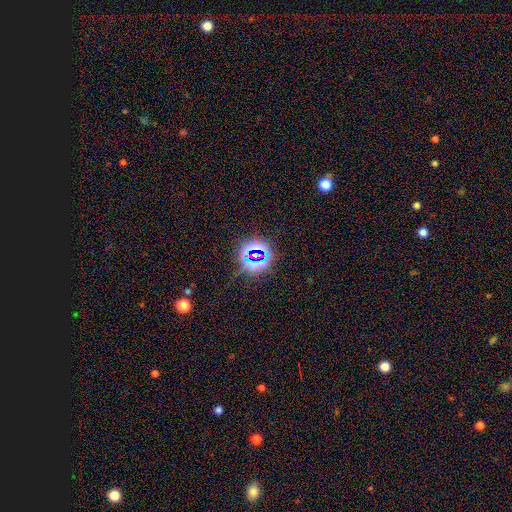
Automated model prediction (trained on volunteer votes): Q: Smooth or featured?
A: star or artifact (76%); runner-up: smooth (16%)